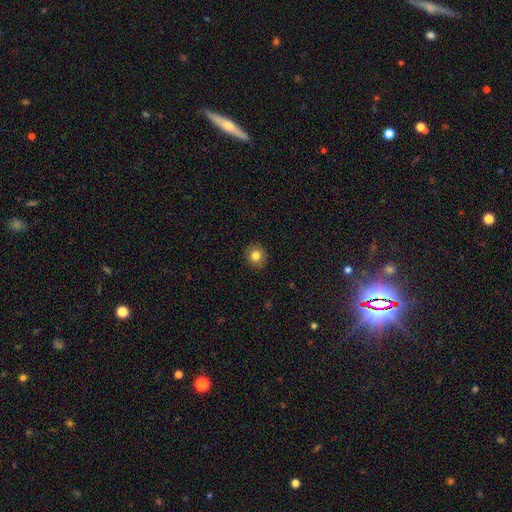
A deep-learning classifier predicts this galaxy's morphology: Smooth or featured? Predicted: smooth (p=0.81). How rounded? Predicted: round (p=0.84). Merging? Predicted: none (p=0.90).